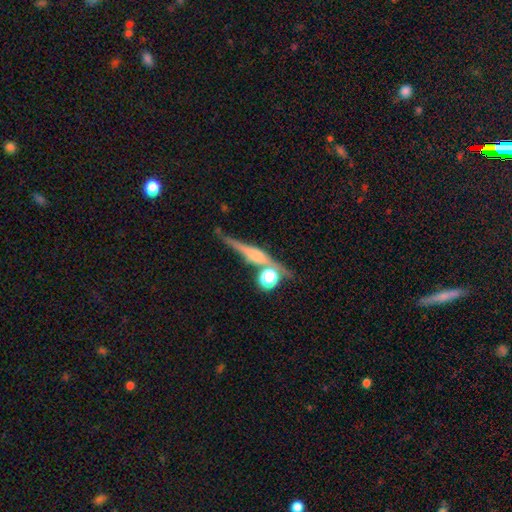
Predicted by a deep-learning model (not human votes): smooth-or-featured: featured or disk: 64% | smooth: 25% | star or artifact: 11%
  disk-edge-on: yes: 94% | no: 6%
    edge-on-bulge: rounded: 64% | boxy: 22% | none: 13%
  merging: none: 67% | minor disturbance: 14% | merger: 14% | major disturbance: 5%